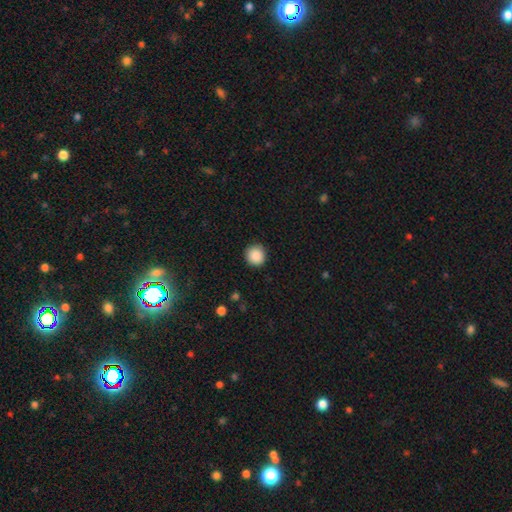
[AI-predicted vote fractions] smooth 89%, star or artifact 9%, featured or disk 3%. Down the decision tree: how rounded — round (93%); merging — none (90%).